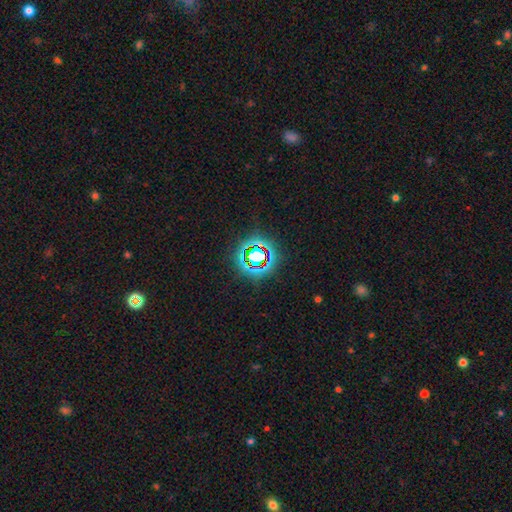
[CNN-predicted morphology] type=star or artifact (72%).